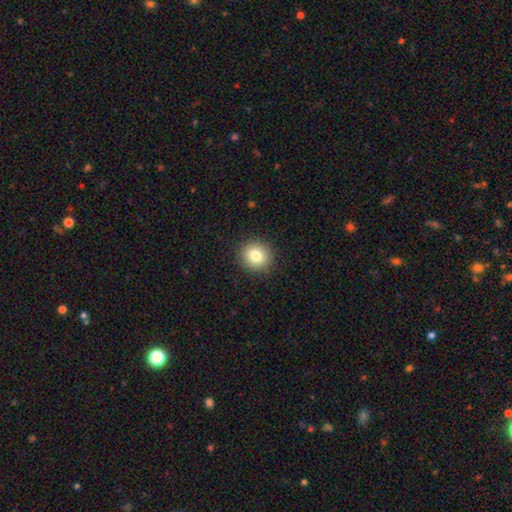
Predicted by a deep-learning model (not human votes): Smooth or featured? smooth (82%)
How rounded? round (88%)
Merging? none (90%)